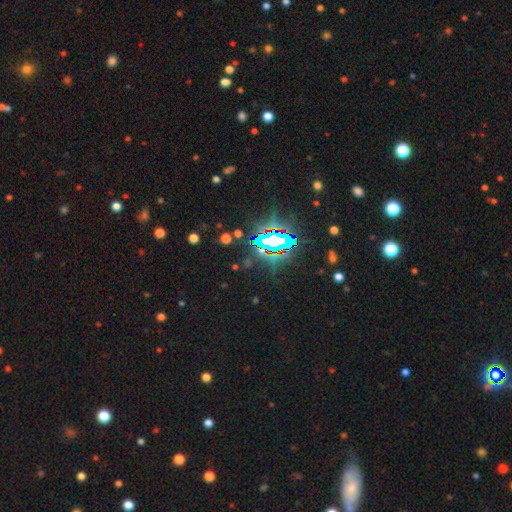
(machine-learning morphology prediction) Smooth or featured? star or artifact (83%)